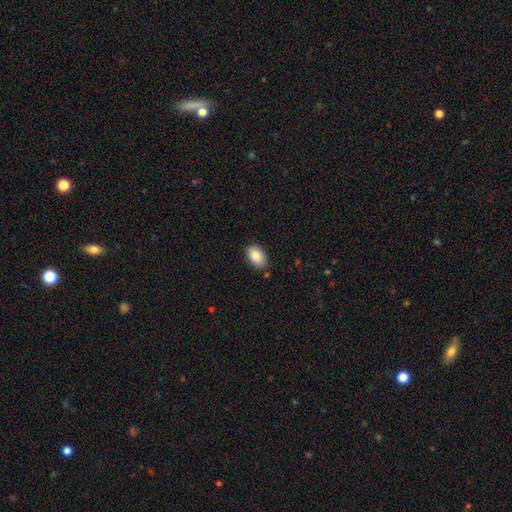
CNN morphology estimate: Smooth or featured?
  - smooth: 85% *
  - featured or disk: 8%
  - star or artifact: 7%
How rounded?
  - in between: 90% *
  - round: 9%
  - cigar-shaped: 1%
Merging?
  - none: 83% *
  - minor disturbance: 13%
  - major disturbance: 2%
  - merger: 2%